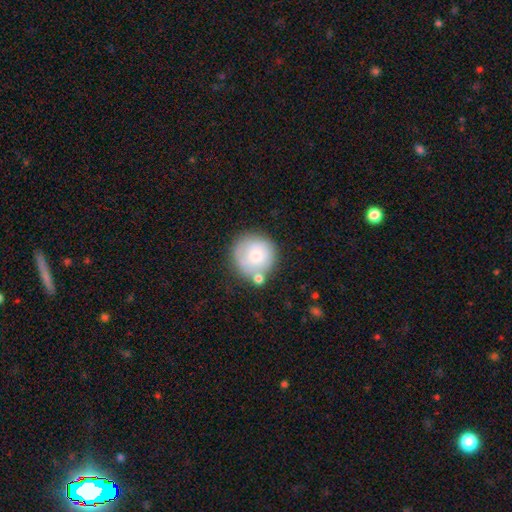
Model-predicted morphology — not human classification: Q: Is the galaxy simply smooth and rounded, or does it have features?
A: smooth — 63%.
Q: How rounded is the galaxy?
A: round — 93%.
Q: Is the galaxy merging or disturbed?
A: none — 64%.